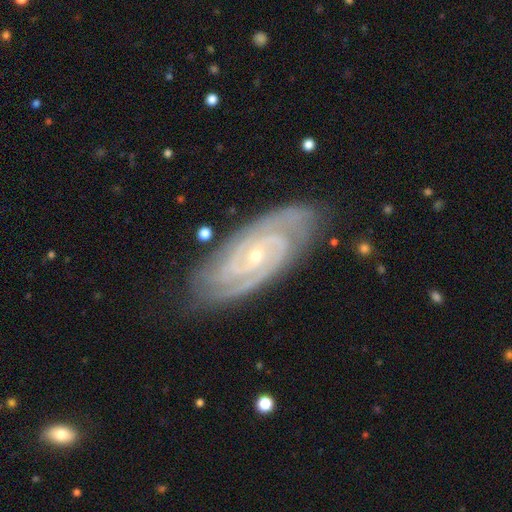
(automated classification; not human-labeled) featured or disk 92%, star or artifact 5%, smooth 4%. Down the decision tree: edge-on disk — no (96%); bar — no (54%); spiral arms — yes (99%); spiral arm count — 2 (56%); spiral winding — tight (73%); bulge size — small (79%); merging — none (81%).